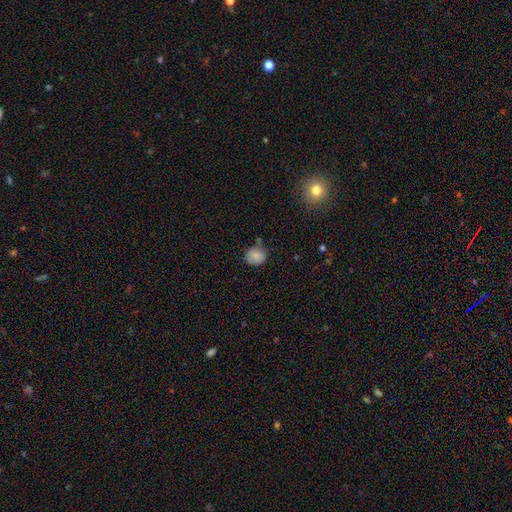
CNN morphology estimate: A smooth galaxy with no disk features (79%) that is round (78%).

Vote fractions:
- Smooth or featured? smooth: 79% / featured or disk: 11% / star or artifact: 9%
- How rounded? round: 78% / in between: 21% / cigar-shaped: 1%
- Merging? none: 62% / minor disturbance: 28% / major disturbance: 6% / merger: 4%